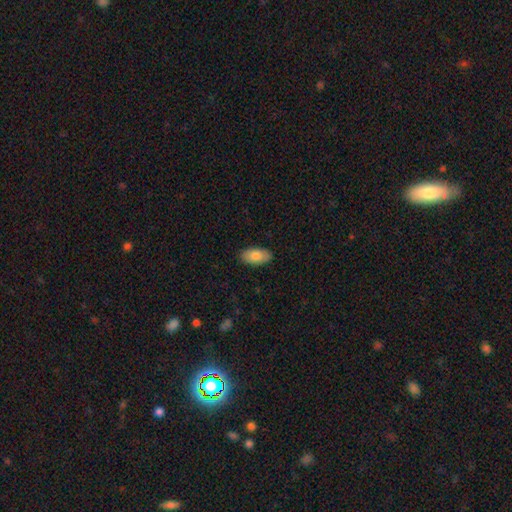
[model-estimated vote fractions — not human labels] smooth 83%, featured or disk 11%, star or artifact 6%. Down the decision tree: how rounded — in between (93%); merging — none (88%).